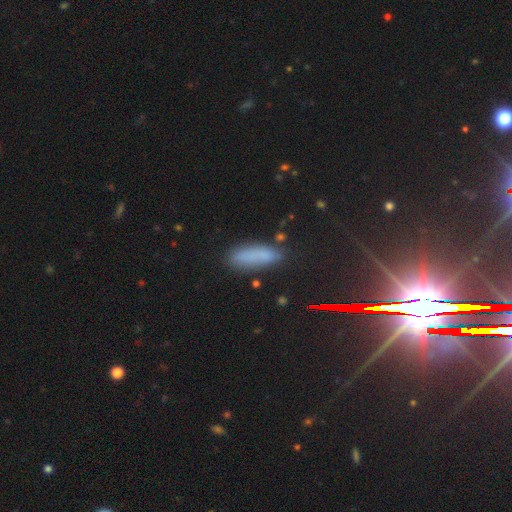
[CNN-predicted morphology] Smooth or featured?
  - smooth: 74% *
  - star or artifact: 17%
  - featured or disk: 9%
How rounded?
  - in between: 54% *
  - cigar-shaped: 43%
  - round: 3%
Merging?
  - none: 76% *
  - minor disturbance: 17%
  - major disturbance: 5%
  - merger: 3%